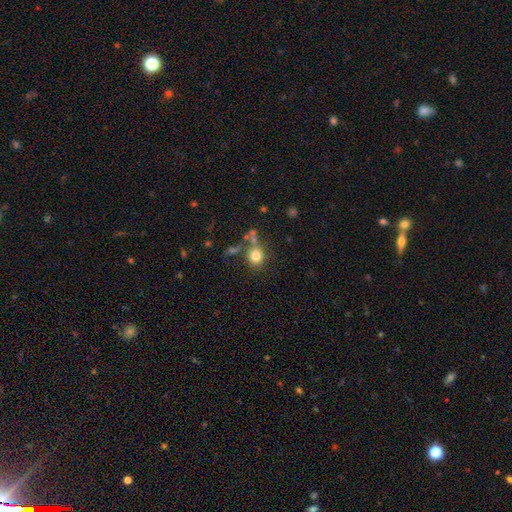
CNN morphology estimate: smooth_or_featured: smooth (p=0.80) [alt: star or artifact p=0.12]
how_rounded: round (p=0.81) [alt: in between p=0.18]
merging: none (p=0.60) [alt: merger p=0.17]